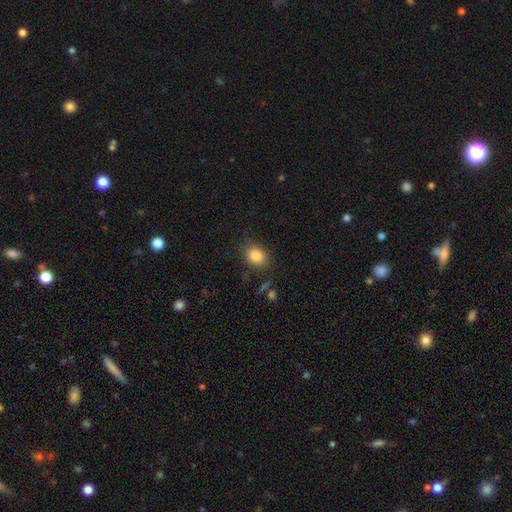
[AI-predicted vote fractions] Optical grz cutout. It shows a smooth galaxy with no disk features (84%) that is in between round and cigar-shaped (53%). Merging: none (77%).